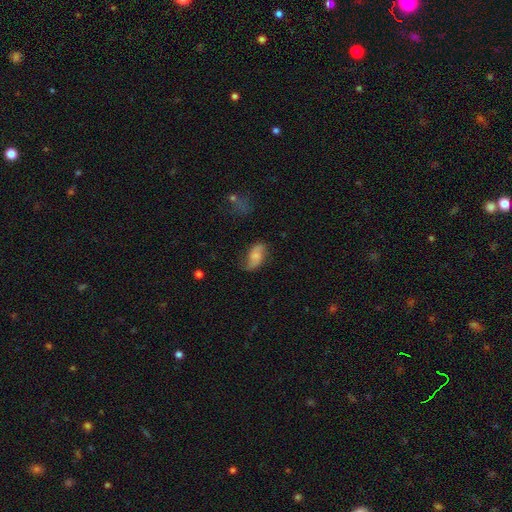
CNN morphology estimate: This is possibly a featured or disk galaxy (48%). Merging: likely none (62%).